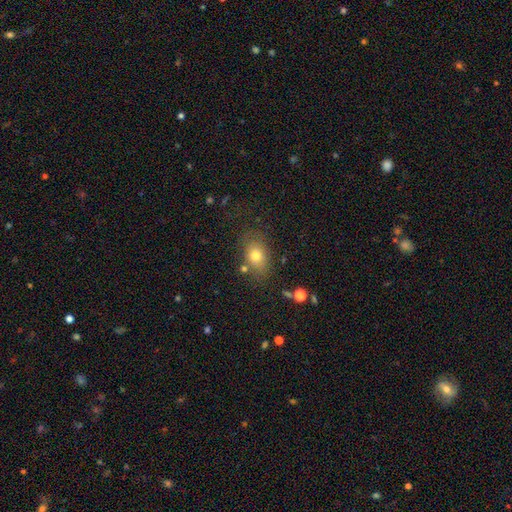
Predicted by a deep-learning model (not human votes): This appears to be a smooth galaxy with no disk features (75%) that is in between round and cigar-shaped (72%). Merging: none (72%).